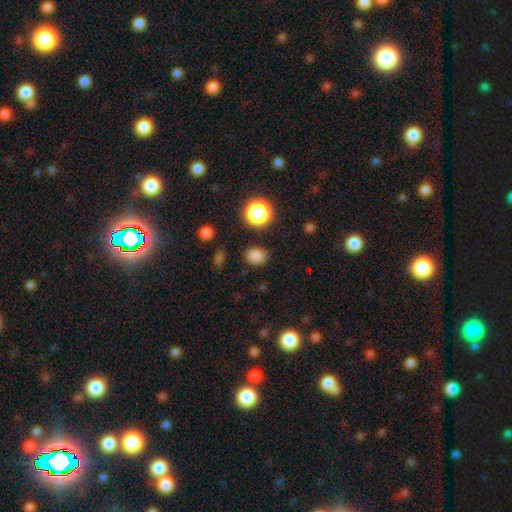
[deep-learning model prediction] Smooth or featured?
  - smooth: 80% *
  - star or artifact: 15%
  - featured or disk: 4%
How rounded?
  - round: 52% *
  - in between: 47%
  - cigar-shaped: 1%
Merging?
  - none: 83% *
  - minor disturbance: 11%
  - major disturbance: 4%
  - merger: 2%